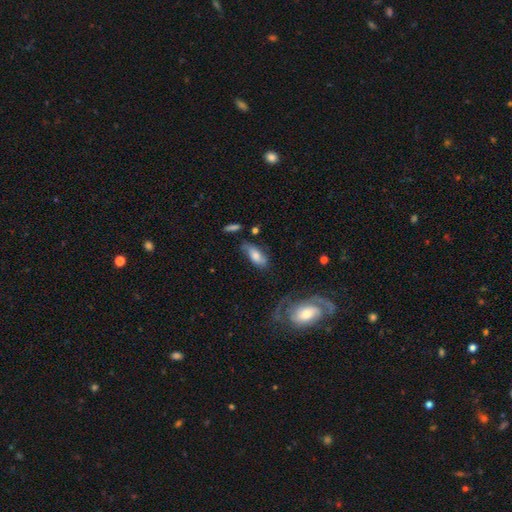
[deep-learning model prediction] Q: Smooth or featured?
A: smooth (61%); runner-up: featured or disk (31%)
Q: How rounded?
A: in between (80%); runner-up: cigar-shaped (17%)
Q: Merging?
A: none (60%); runner-up: minor disturbance (26%)